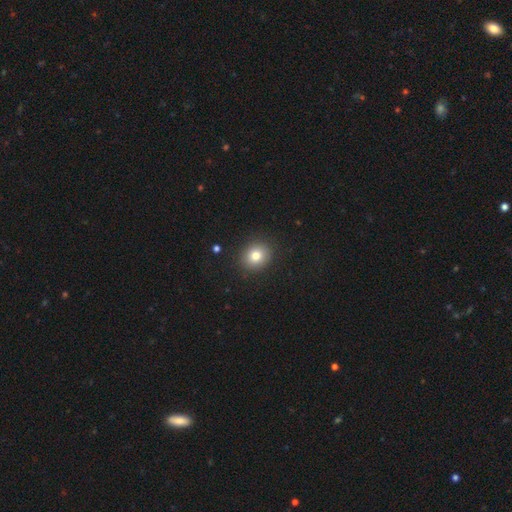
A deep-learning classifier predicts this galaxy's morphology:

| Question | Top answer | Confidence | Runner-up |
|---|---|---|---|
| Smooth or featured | smooth | 79% | star or artifact (12%) |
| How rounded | round | 76% | in between (23%) |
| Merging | none | 90% | minor disturbance (6%) |